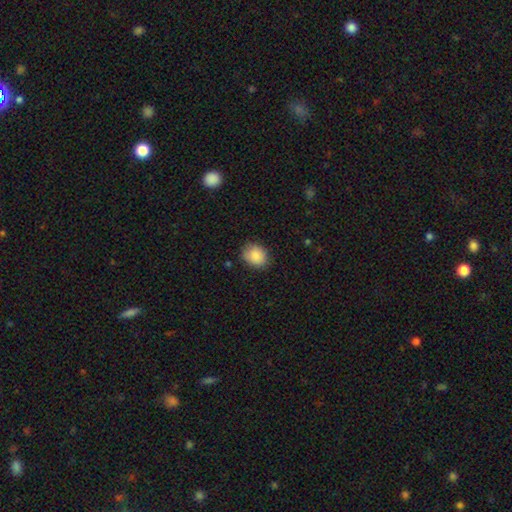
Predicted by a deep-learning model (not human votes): This appears to be a smooth galaxy with no disk features (88%) that is in between round and cigar-shaped (52%). Merging: none (80%).